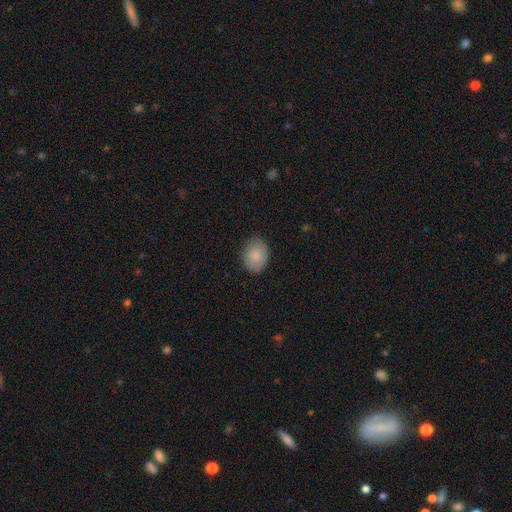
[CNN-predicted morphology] type=smooth (86%); roundness=in between (61%); merging=none (83%).